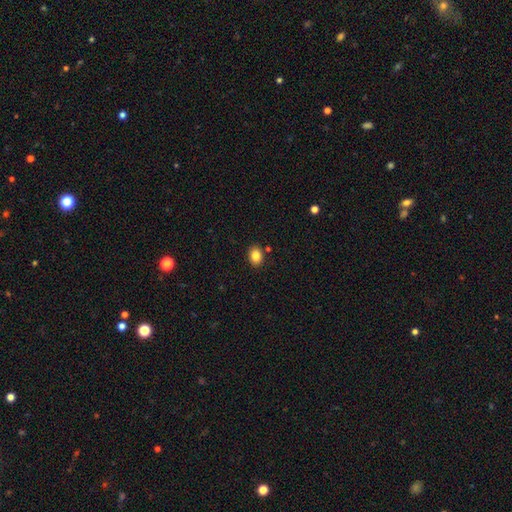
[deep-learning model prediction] Smooth or featured: smooth — 85% (star or artifact — 10%)
How rounded: in between — 62% (round — 37%)
Merging: none — 87% (minor disturbance — 8%)